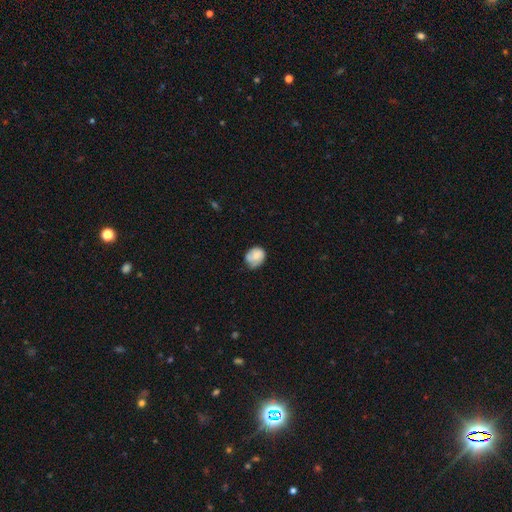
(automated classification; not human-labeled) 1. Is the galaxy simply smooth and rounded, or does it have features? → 71% smooth, 21% featured or disk, 8% star or artifact.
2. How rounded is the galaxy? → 56% round, 43% in between, 1% cigar-shaped.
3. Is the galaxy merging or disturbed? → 48% none, 38% minor disturbance, 10% major disturbance, 4% merger.